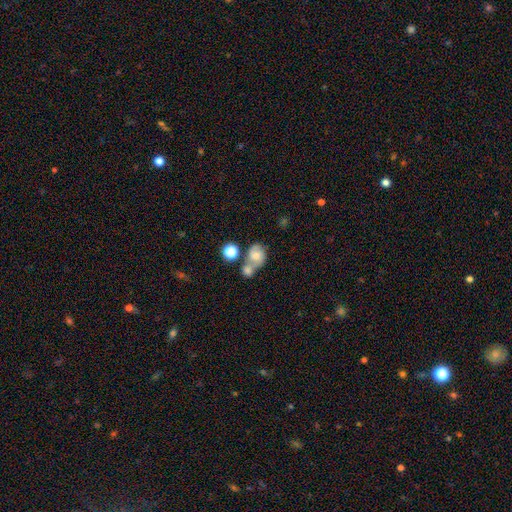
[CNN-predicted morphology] Smooth or featured? Predicted: smooth (p=0.50). Merging? Predicted: merger (p=0.52).